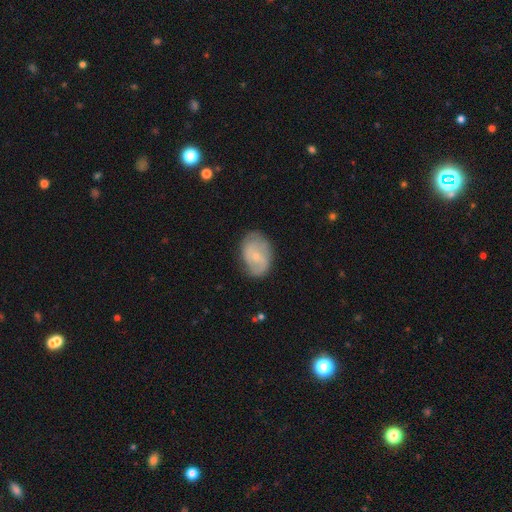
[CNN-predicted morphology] smooth_or_featured: featured or disk (p=0.57) [alt: smooth p=0.37]
disk_edge_on: no (p=0.97) [alt: yes p=0.03]
bar: no (p=0.59) [alt: weak p=0.35]
has_spiral_arms: yes (p=0.78) [alt: no p=0.22]
bulge_size: small (p=0.73) [alt: moderate p=0.22]
merging: none (p=0.70) [alt: minor disturbance p=0.22]